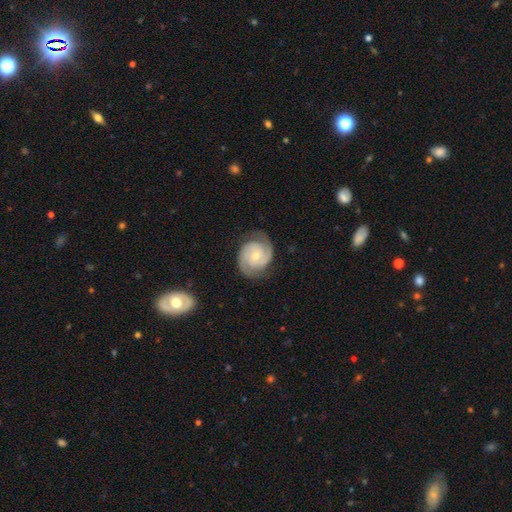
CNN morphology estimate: type=featured or disk (87%); edge-on=no (98%); bar=no (67%); spiral arms=yes (98%); winding=tight (55%); arm count=2 (87%); bulge=small (56%); merging=none (81%).